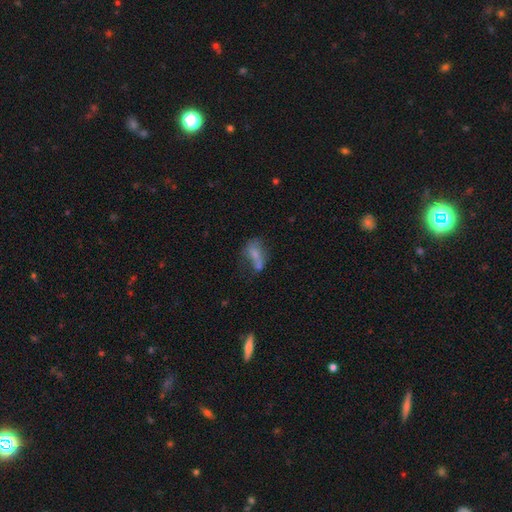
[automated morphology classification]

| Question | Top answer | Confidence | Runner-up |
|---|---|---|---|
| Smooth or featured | smooth | 54% | featured or disk (32%) |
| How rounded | in between | 78% | round (12%) |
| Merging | none | 30% | merger (25%) |